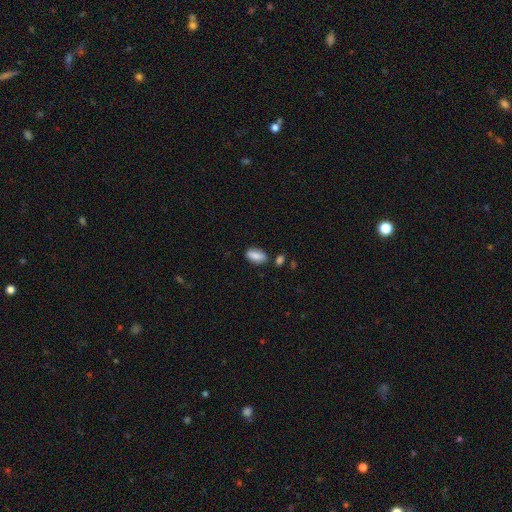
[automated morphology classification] This is clearly a smooth galaxy (86%). How rounded: clearly in between (89%). Merging: likely none (78%).